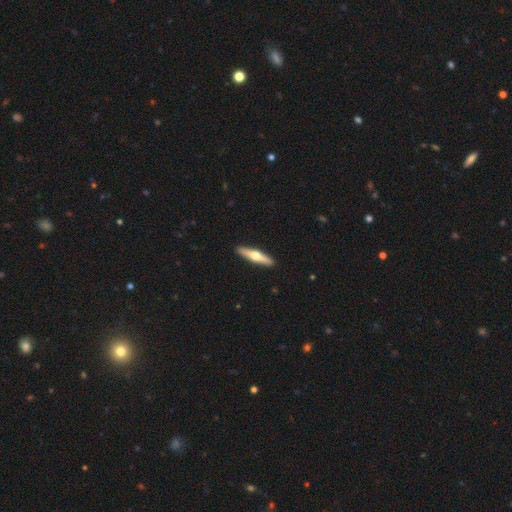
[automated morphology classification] Smooth or featured?
  - featured or disk: 52% *
  - smooth: 43%
  - star or artifact: 5%
Edge-on disk?
  - yes: 95% *
  - no: 5%
Merging?
  - none: 92% *
  - minor disturbance: 6%
  - major disturbance: 1%
  - merger: 1%